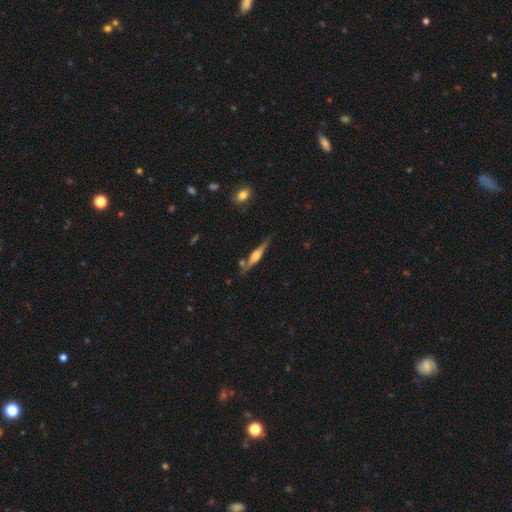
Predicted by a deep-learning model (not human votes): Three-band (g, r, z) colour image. It shows a featured or disk galaxy (67%) viewed edge-on (96%) with a rounded central bulge (81%). Merging: none (76%).